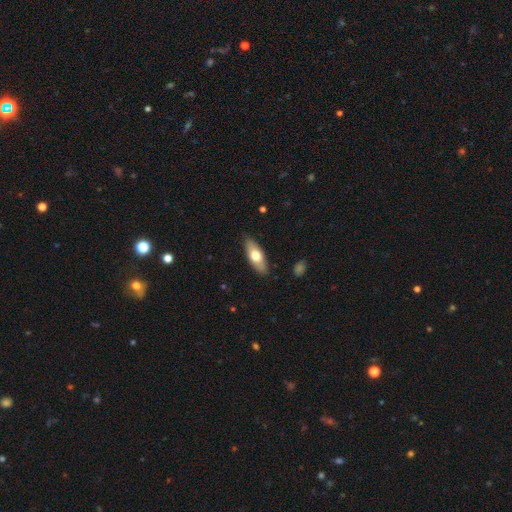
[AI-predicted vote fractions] Smooth or featured?
  - smooth: 63% *
  - featured or disk: 31%
  - star or artifact: 6%
How rounded?
  - in between: 69% *
  - cigar-shaped: 29%
  - round: 3%
Merging?
  - none: 87% *
  - minor disturbance: 10%
  - major disturbance: 2%
  - merger: 1%